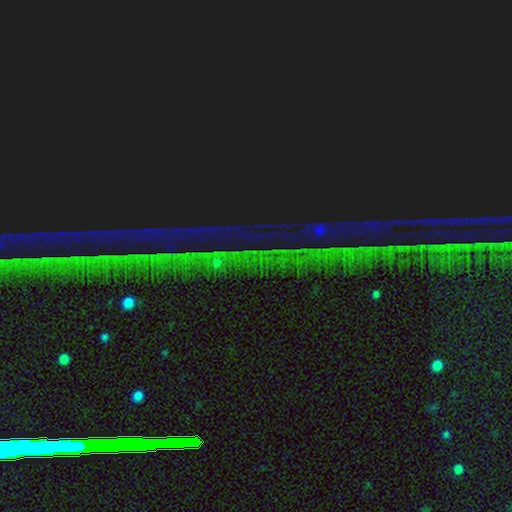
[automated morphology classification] Overall: star or artifact (88%).